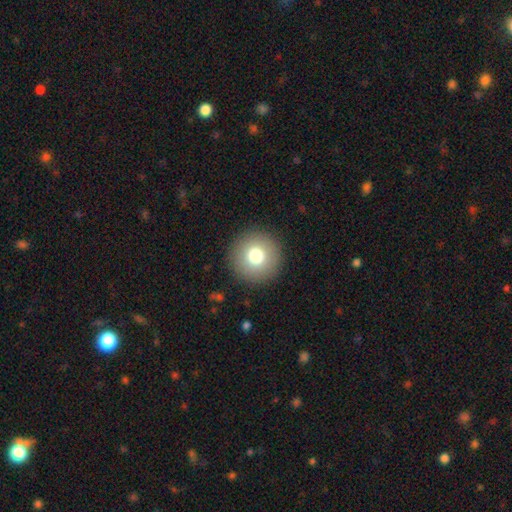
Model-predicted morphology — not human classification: Smooth or featured: smooth — 77% (featured or disk — 12%)
How rounded: round — 96% (in between — 3%)
Merging: none — 92% (minor disturbance — 5%)